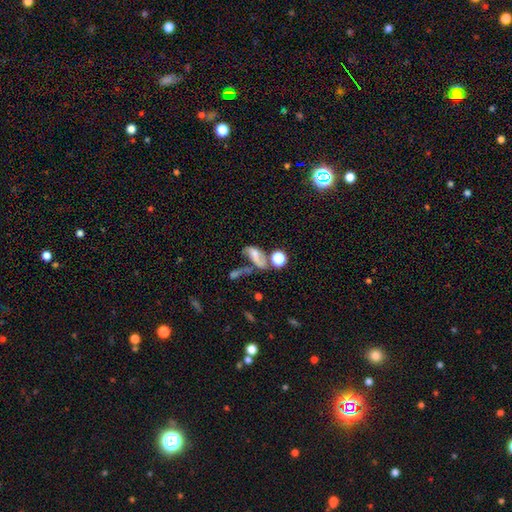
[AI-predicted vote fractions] Overall: featured or disk (43%; smooth 41%). Merging: merger (38%; major disturbance 26%).